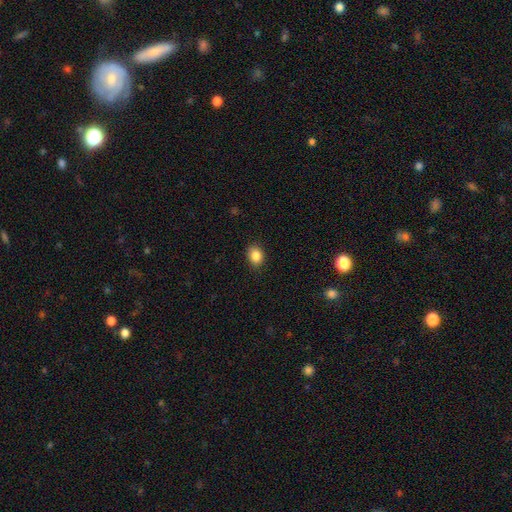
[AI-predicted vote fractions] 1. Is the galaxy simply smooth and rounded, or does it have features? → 86% smooth, 10% star or artifact, 5% featured or disk.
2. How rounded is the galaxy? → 54% in between, 45% round, 1% cigar-shaped.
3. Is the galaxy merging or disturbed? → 88% none, 9% minor disturbance, 2% major disturbance, 1% merger.